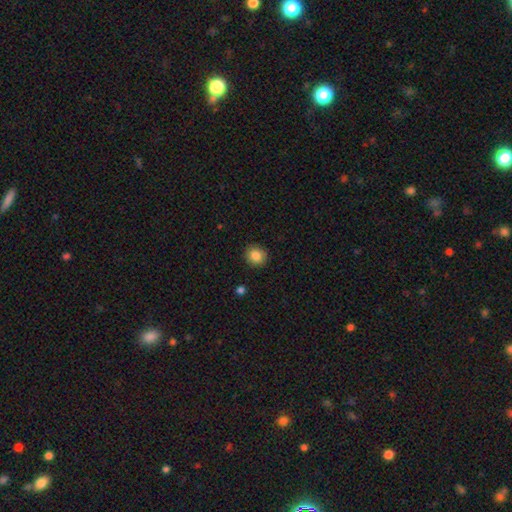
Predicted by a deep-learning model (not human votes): Smooth or featured?
  - smooth: 85% *
  - star or artifact: 9%
  - featured or disk: 5%
How rounded?
  - round: 87% *
  - in between: 12%
  - cigar-shaped: 1%
Merging?
  - none: 90% *
  - minor disturbance: 8%
  - major disturbance: 2%
  - merger: 1%